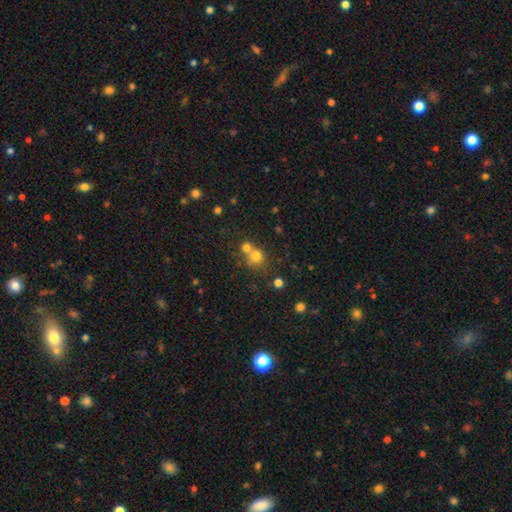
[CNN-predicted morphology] The model was most divided on "merging": none: 45%, merger: 44%, minor disturbance: 8%, major disturbance: 4%. More confident: how rounded — round (83%); smooth or featured — smooth (74%).